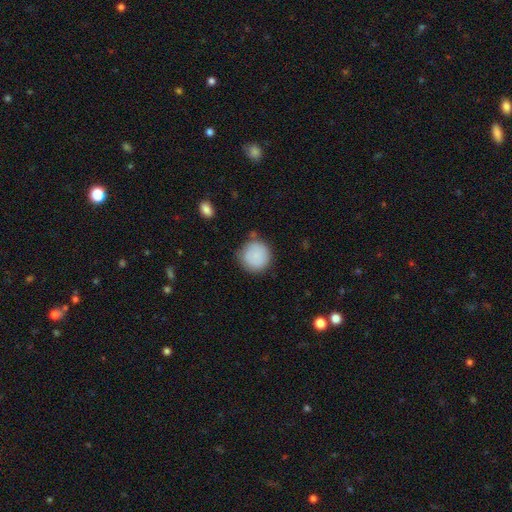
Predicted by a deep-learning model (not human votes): A smooth galaxy with no disk features (85%) that is round (93%). Merging: none (75%).